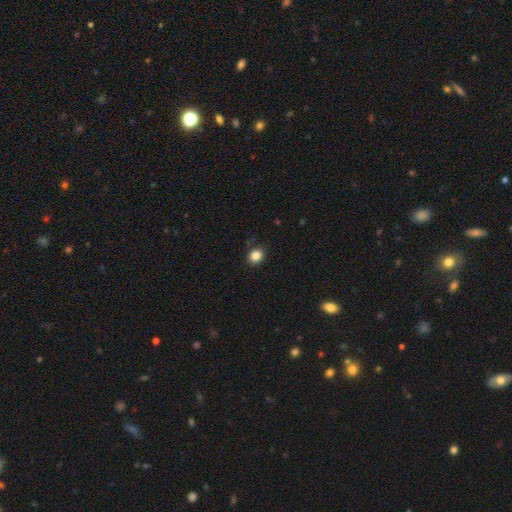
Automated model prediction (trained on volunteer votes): smooth_or_featured: smooth (p=0.85) [alt: star or artifact p=0.11]
how_rounded: round (p=0.62) [alt: in between p=0.37]
merging: none (p=0.86) [alt: minor disturbance p=0.10]